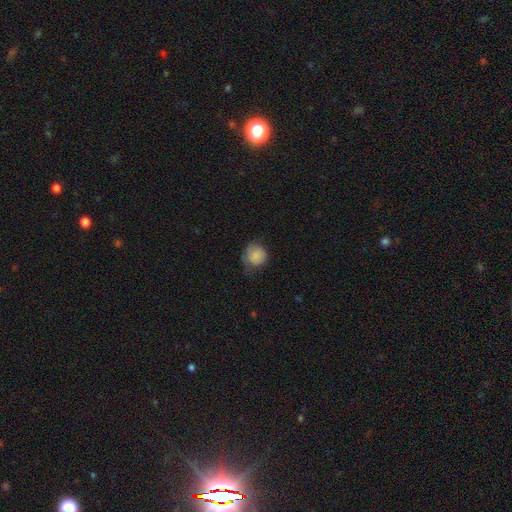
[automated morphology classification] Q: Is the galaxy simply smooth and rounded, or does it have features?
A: smooth — 83%.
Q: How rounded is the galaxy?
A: round — 82%.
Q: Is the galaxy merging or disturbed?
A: none — 56%.